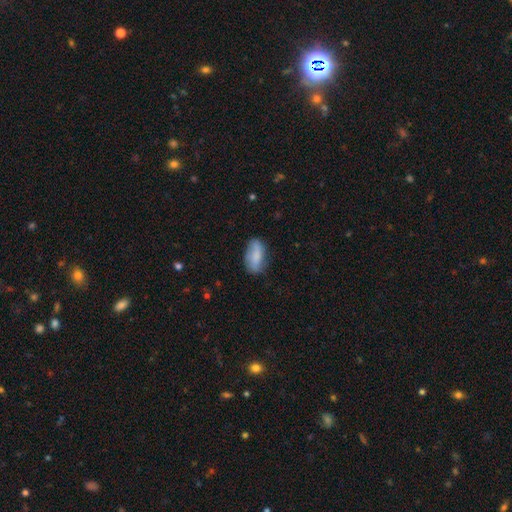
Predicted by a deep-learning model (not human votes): Morphology: type=smooth (73%); roundness=in between (79%); merging=none (70%).